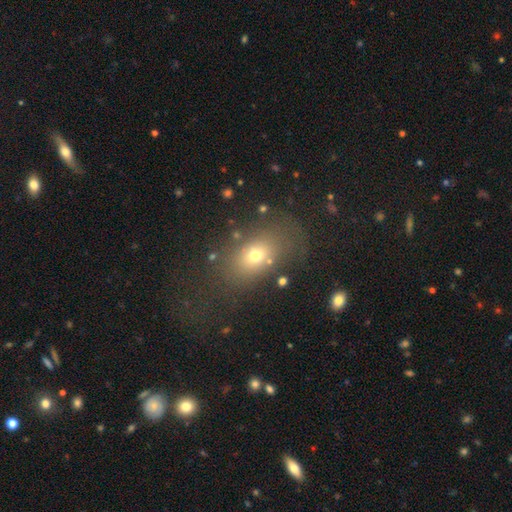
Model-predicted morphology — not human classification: The model was most divided on "how rounded": in between: 73%, round: 25%, cigar-shaped: 2%. More confident: merging — none (71%); smooth or featured — smooth (66%).